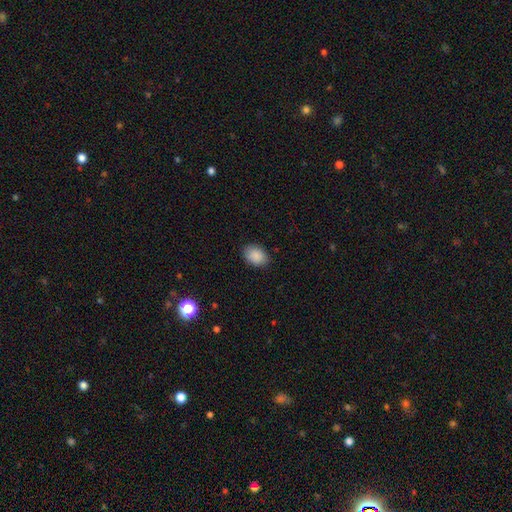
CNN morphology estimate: This is clearly a smooth galaxy (89%). How rounded: likely in between (79%). Merging: clearly none (87%).